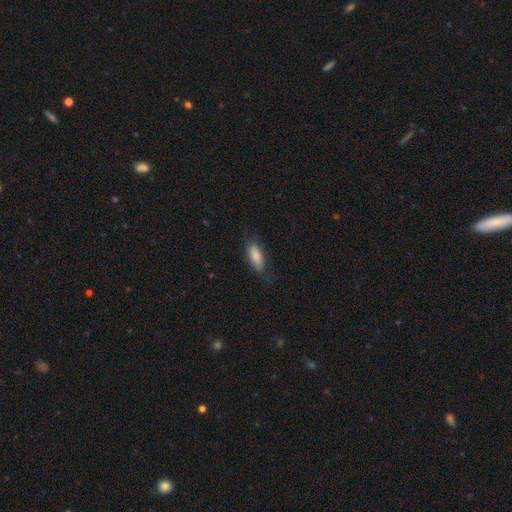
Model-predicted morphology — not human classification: A smooth galaxy with no disk features (80%) that is in between round and cigar-shaped (75%). Merging: none (67%).